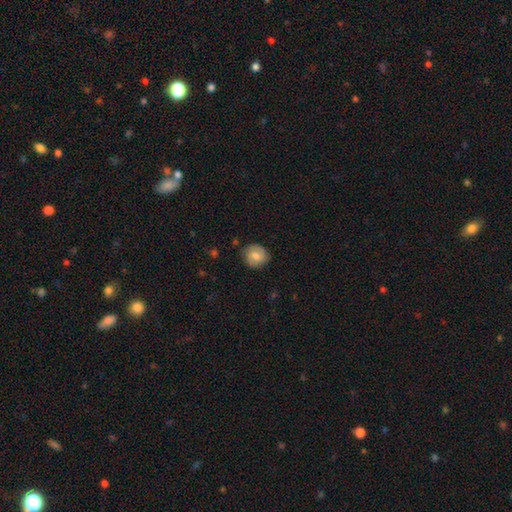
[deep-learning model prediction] Q: Smooth or featured?
A: smooth (65%); runner-up: featured or disk (27%)
Q: How rounded?
A: round (80%); runner-up: in between (19%)
Q: Merging?
A: none (81%); runner-up: minor disturbance (15%)